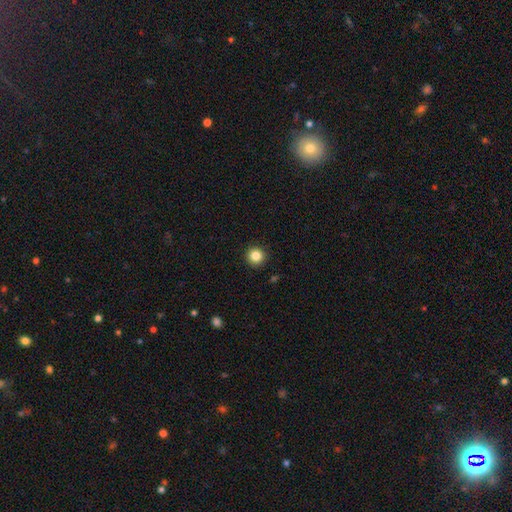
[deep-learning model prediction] Smooth or featured? smooth (85%)
How rounded? round (95%)
Merging? none (93%)